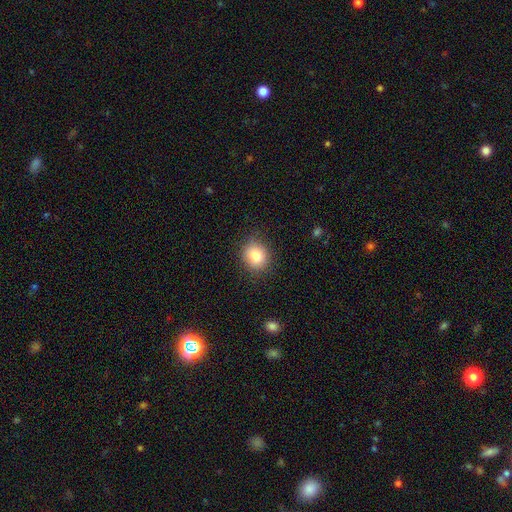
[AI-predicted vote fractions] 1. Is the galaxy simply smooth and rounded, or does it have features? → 84% smooth, 10% star or artifact, 6% featured or disk.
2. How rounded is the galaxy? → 73% round, 26% in between, 1% cigar-shaped.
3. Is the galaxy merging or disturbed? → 85% none, 11% minor disturbance, 3% major disturbance, 1% merger.